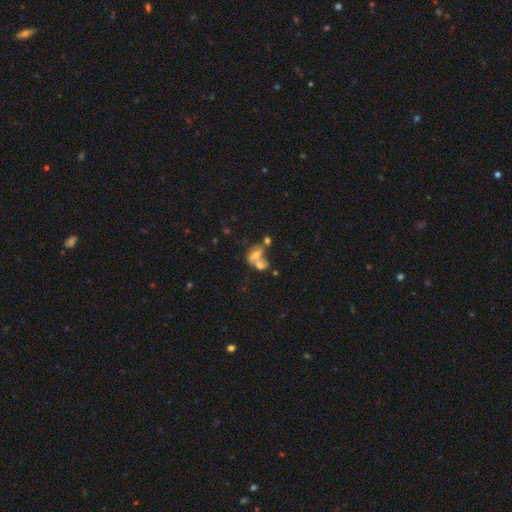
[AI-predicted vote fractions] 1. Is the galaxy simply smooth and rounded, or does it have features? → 54% smooth, 33% featured or disk, 13% star or artifact.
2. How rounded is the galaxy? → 76% in between, 21% round, 3% cigar-shaped.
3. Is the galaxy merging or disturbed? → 63% merger, 20% none, 9% minor disturbance, 8% major disturbance.